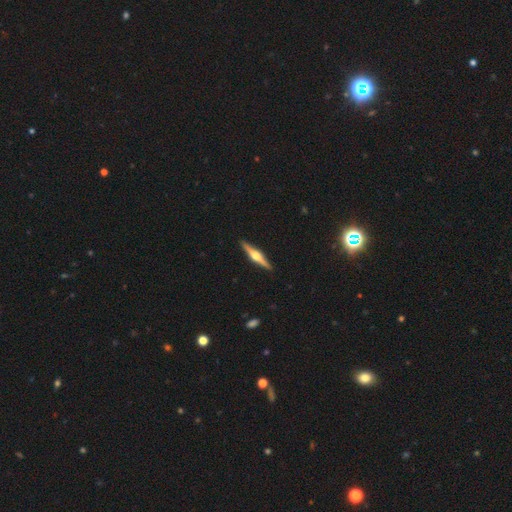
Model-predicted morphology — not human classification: smooth-or-featured: featured or disk: 77% | smooth: 18% | star or artifact: 5%
  disk-edge-on: yes: 98% | no: 2%
    edge-on-bulge: rounded: 94% | boxy: 4% | none: 2%
  merging: none: 92% | minor disturbance: 6% | major disturbance: 1% | merger: 1%